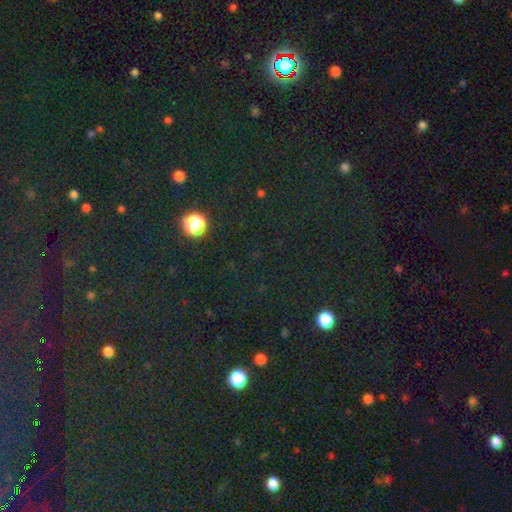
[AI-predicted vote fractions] smooth-or-featured: star or artifact: 74% | smooth: 18% | featured or disk: 8%